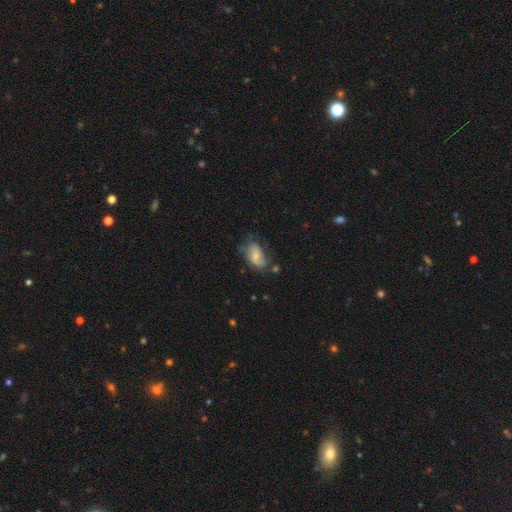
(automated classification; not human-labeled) smooth_or_featured: smooth (p=0.57) [alt: featured or disk p=0.35]
how_rounded: in between (p=0.89) [alt: round p=0.08]
merging: none (p=0.46) [alt: minor disturbance p=0.32]